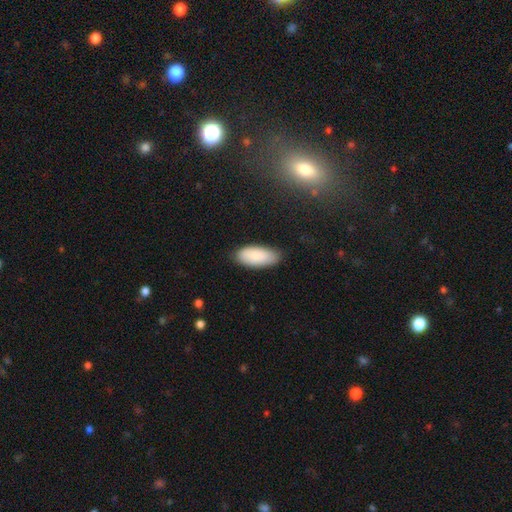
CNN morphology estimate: Q: Smooth or featured?
A: smooth (85%); runner-up: featured or disk (9%)
Q: How rounded?
A: in between (90%); runner-up: cigar-shaped (8%)
Q: Merging?
A: none (80%); runner-up: minor disturbance (16%)